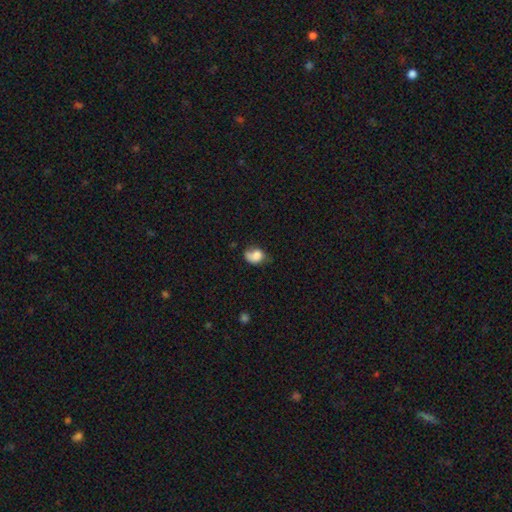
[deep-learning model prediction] Smooth or featured? Predicted: smooth (p=0.73). How rounded? Predicted: in between (p=0.60). Merging? Predicted: none (p=0.36).